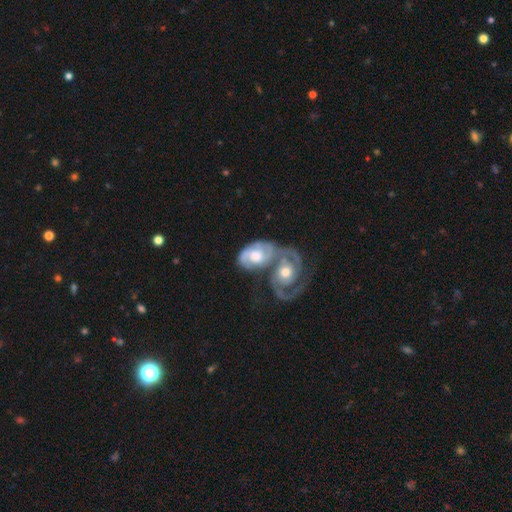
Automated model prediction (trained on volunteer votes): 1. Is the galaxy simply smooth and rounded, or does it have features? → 77% featured or disk, 19% smooth, 5% star or artifact.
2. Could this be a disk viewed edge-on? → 96% no, 4% yes.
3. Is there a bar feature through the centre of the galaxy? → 70% no, 24% weak, 6% strong.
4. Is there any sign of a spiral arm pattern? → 90% yes, 10% no.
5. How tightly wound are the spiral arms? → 48% tight, 40% medium, 12% loose.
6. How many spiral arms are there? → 75% 2, 12% can't tell, 7% 1, 4% 3, 2% 4, 1% more than 4.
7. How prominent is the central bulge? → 58% moderate, 28% large, 10% small, 3% none, 2% dominant.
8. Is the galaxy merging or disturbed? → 71% merger, 14% none, 8% minor disturbance, 6% major disturbance.